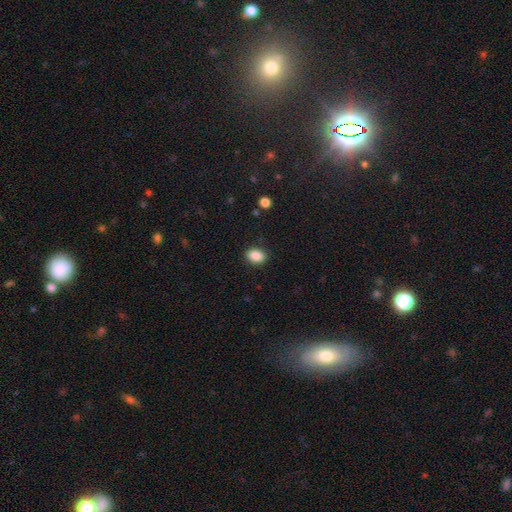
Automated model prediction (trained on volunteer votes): smooth_or_featured: smooth (p=0.88) [alt: star or artifact p=0.08]
how_rounded: in between (p=0.68) [alt: round p=0.31]
merging: none (p=0.88) [alt: minor disturbance p=0.09]